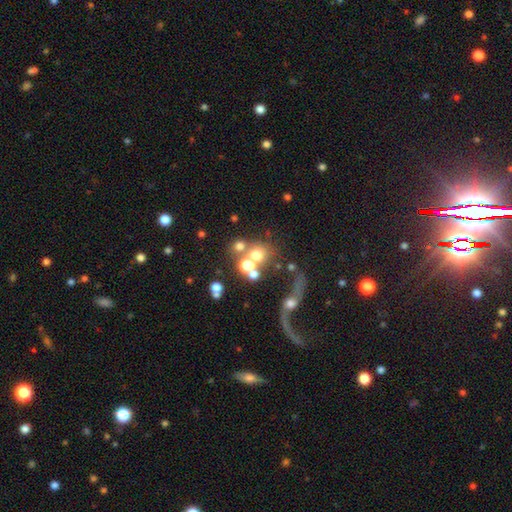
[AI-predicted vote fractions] A smooth galaxy with no disk features (57%) that is round (83%). Merging: none (41%).